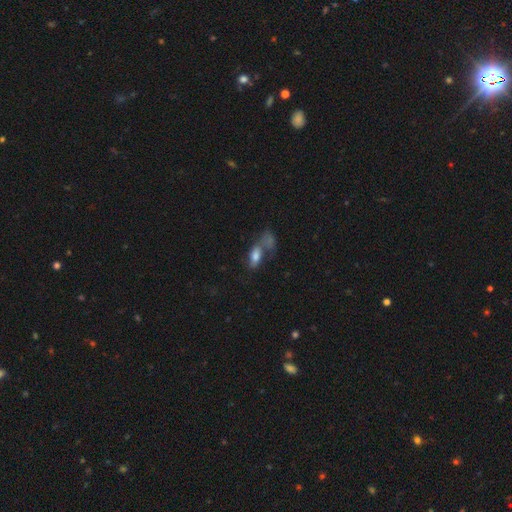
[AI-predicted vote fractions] Smooth or featured? Predicted: smooth (p=0.71). How rounded? Predicted: in between (p=0.84). Merging? Predicted: merger (p=0.42).